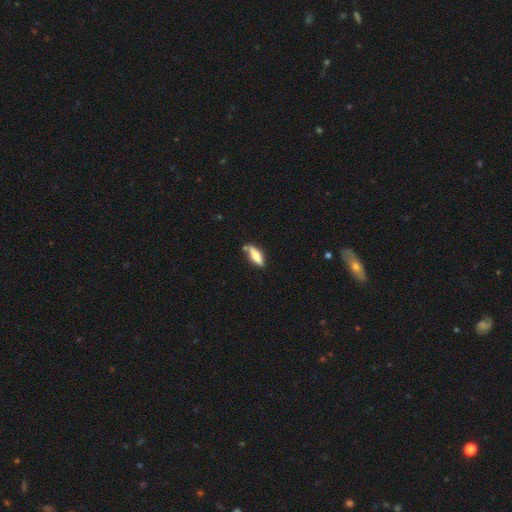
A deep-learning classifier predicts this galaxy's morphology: smooth_or_featured: smooth (p=0.67) [alt: featured or disk p=0.26]
how_rounded: cigar-shaped (p=0.51) [alt: in between p=0.46]
merging: none (p=0.66) [alt: minor disturbance p=0.20]